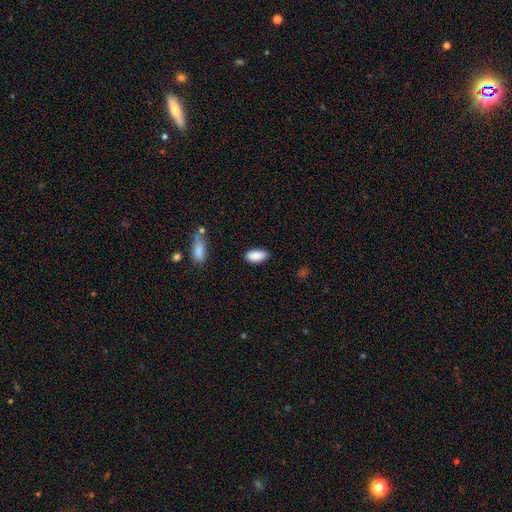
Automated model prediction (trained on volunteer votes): Overall: smooth (88%). How rounded: in between (91%). Merging: none (84%).